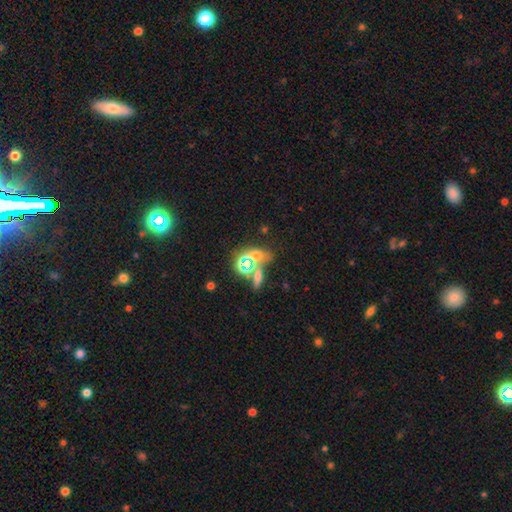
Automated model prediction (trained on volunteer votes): Smooth or featured?
  - star or artifact: 44% *
  - smooth: 40%
  - featured or disk: 15%